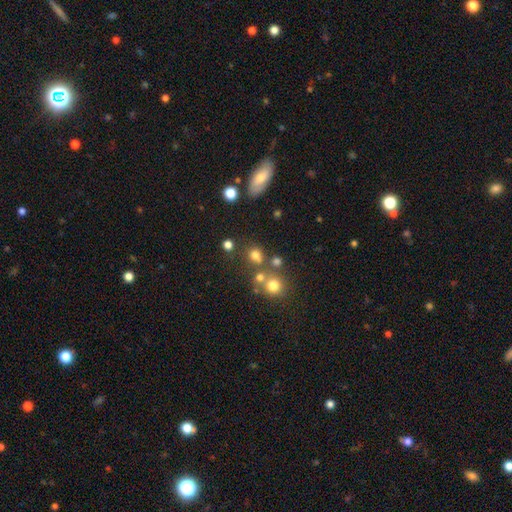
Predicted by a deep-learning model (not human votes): Smooth or featured?
  - smooth: 72% *
  - star or artifact: 19%
  - featured or disk: 9%
How rounded?
  - round: 83% *
  - in between: 16%
  - cigar-shaped: 1%
Merging?
  - none: 66% *
  - merger: 19%
  - minor disturbance: 10%
  - major disturbance: 5%